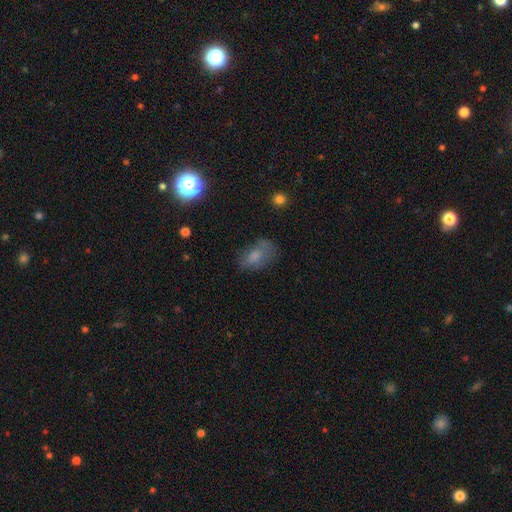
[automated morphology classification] Smooth or featured? Predicted: smooth (p=0.68). How rounded? Predicted: in between (p=0.87). Merging? Predicted: none (p=0.52).